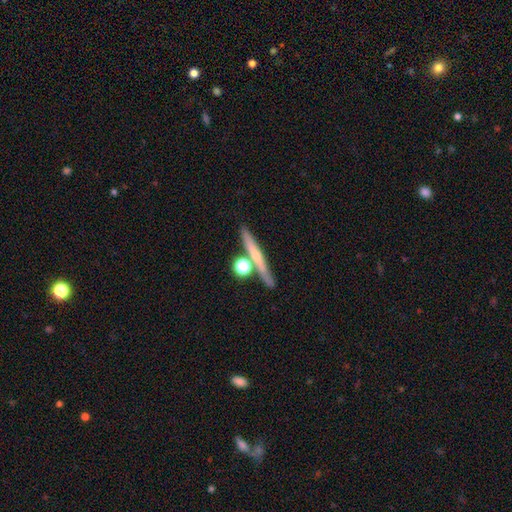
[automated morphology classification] Smooth or featured?
  - featured or disk: 50% *
  - smooth: 40%
  - star or artifact: 10%
Edge-on disk?
  - yes: 91% *
  - no: 9%
Merging?
  - none: 72% *
  - merger: 16%
  - minor disturbance: 9%
  - major disturbance: 3%